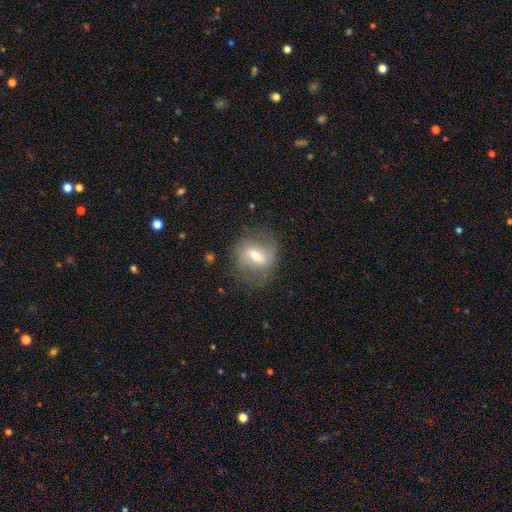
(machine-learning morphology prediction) Smooth or featured? featured or disk (54%)
Edge-on disk? no (88%)
Merging? none (67%)